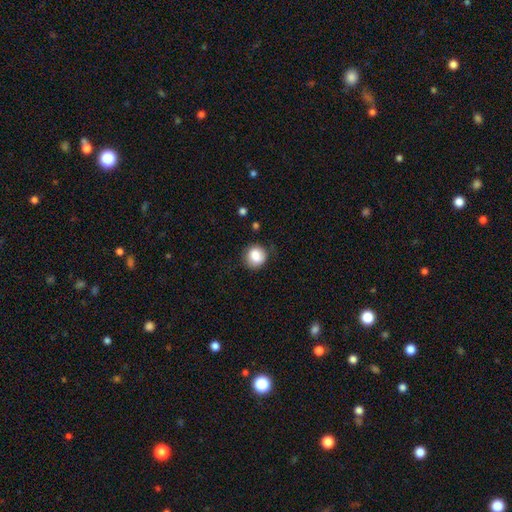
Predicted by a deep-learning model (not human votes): Overall: smooth (85%). How rounded: round (82%). Merging: none (77%).